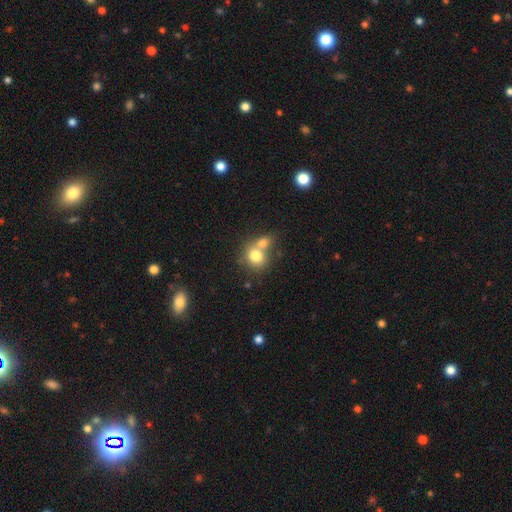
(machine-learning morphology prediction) Smooth or featured: smooth — 76% (featured or disk — 14%)
How rounded: round — 67% (in between — 32%)
Merging: merger — 56% (none — 33%)